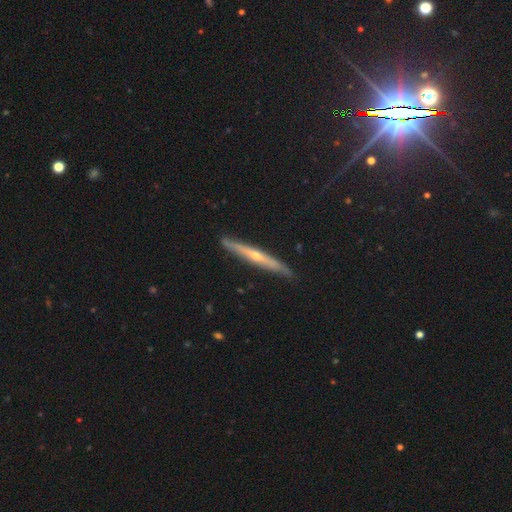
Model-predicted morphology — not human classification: smooth-or-featured: featured or disk: 72% | smooth: 21% | star or artifact: 7%
  disk-edge-on: yes: 95% | no: 5%
    edge-on-bulge: rounded: 78% | none: 19% | boxy: 2%
  merging: none: 87% | minor disturbance: 10% | major disturbance: 2% | merger: 1%